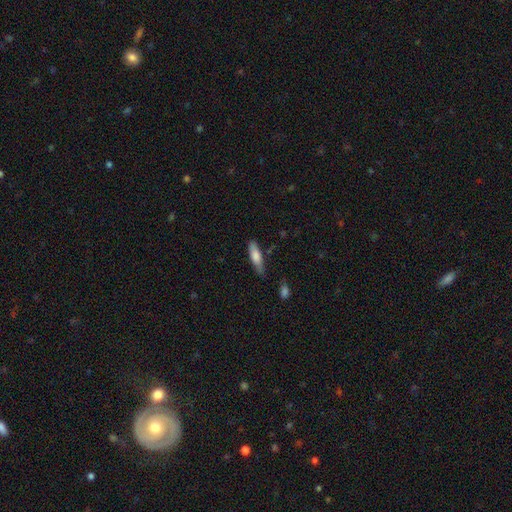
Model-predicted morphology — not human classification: This is likely a smooth galaxy (73%). How rounded: likely cigar-shaped (61%). Merging: likely none (66%).